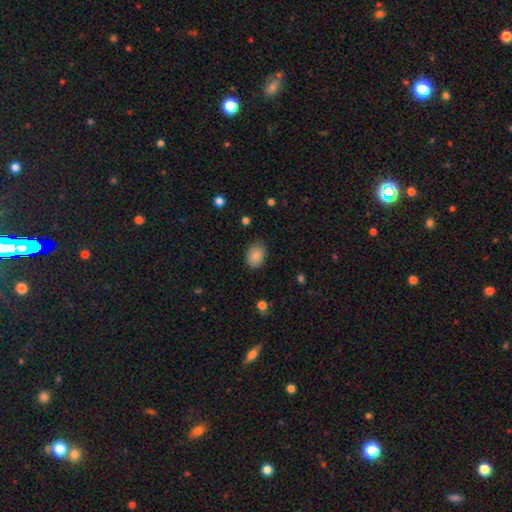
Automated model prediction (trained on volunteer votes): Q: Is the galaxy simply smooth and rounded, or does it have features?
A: smooth — 85%.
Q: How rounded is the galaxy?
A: in between — 77%.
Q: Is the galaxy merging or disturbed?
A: none — 80%.